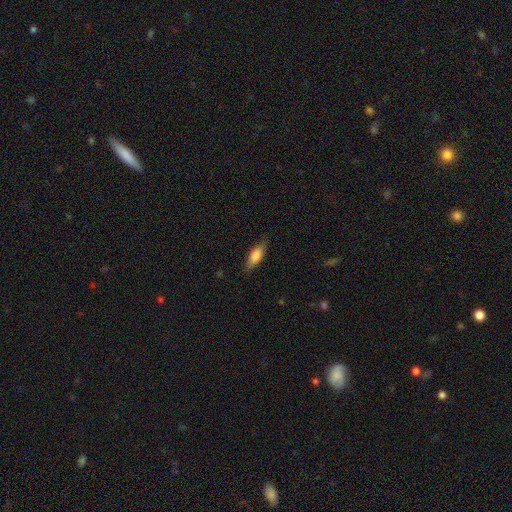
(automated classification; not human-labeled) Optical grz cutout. It shows a smooth galaxy with no disk features (71%) that is in between round and cigar-shaped (62%). Merging: none (82%).